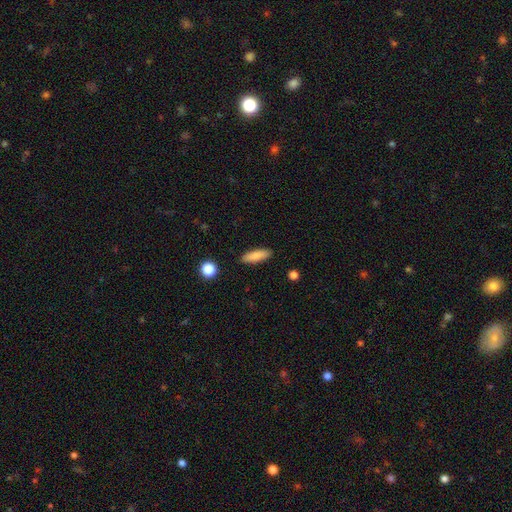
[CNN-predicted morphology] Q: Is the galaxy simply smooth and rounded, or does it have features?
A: smooth — 83%.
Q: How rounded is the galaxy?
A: cigar-shaped — 51%.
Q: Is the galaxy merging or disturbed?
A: none — 89%.